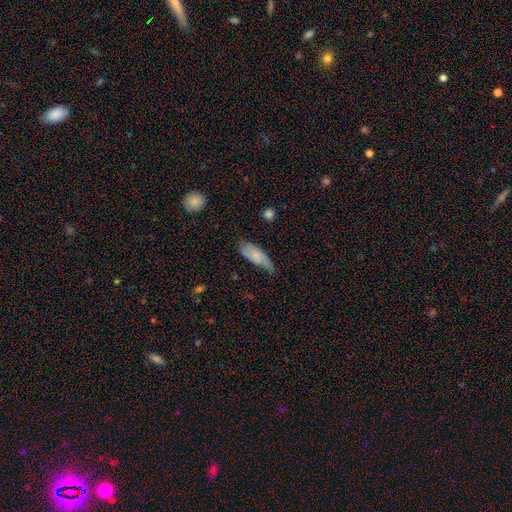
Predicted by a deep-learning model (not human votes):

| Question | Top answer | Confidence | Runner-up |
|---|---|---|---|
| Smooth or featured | smooth | 71% | featured or disk (22%) |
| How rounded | in between | 73% | cigar-shaped (25%) |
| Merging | none | 46% | minor disturbance (40%) |